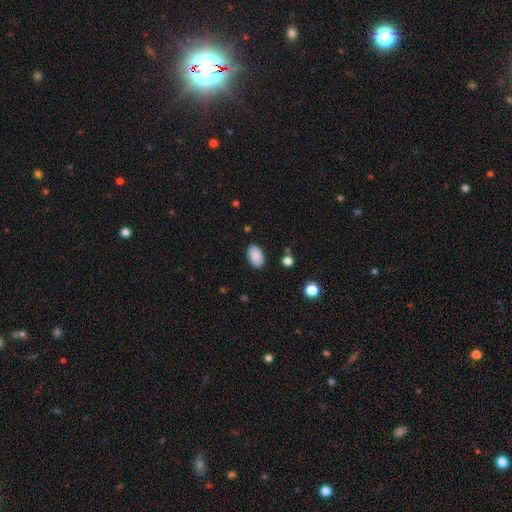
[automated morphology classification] Overall: smooth (89%). How rounded: in between (93%). Merging: none (86%).